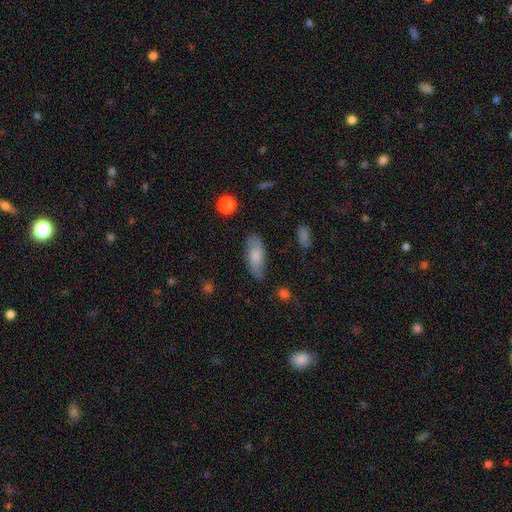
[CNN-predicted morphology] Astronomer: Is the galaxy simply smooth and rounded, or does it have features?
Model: smooth — 67%.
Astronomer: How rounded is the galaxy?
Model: in between — 80%.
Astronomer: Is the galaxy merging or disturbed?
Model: none — 75%.